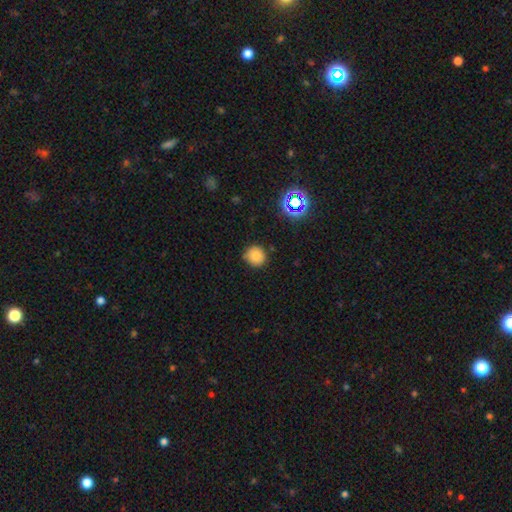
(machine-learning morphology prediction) smooth 80%, star or artifact 14%, featured or disk 6%. Down the decision tree: how rounded — round (91%); merging — none (79%).